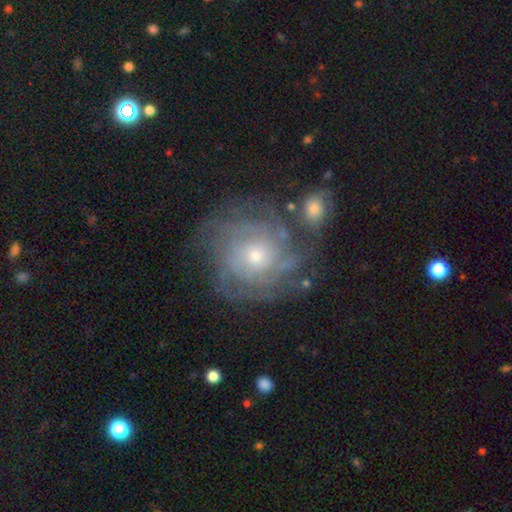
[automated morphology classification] featured or disk 83%, smooth 10%, star or artifact 8%. Down the decision tree: edge-on disk — no (97%); bar — no (79%); spiral arms — yes (95%); spiral arm count — can't tell (38%); spiral winding — tight (76%); bulge size — small (56%); merging — none (72%).